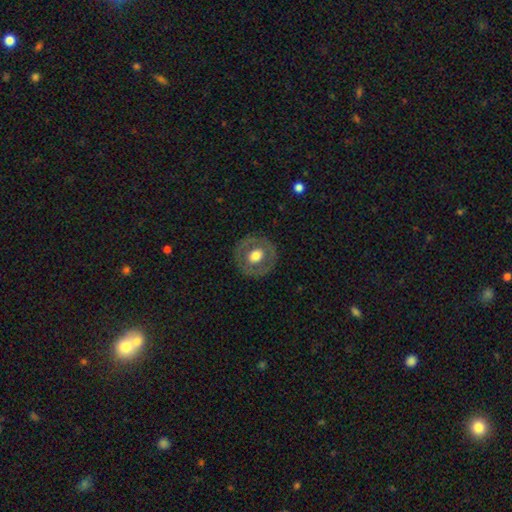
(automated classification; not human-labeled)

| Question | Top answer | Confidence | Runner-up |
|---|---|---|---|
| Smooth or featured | smooth | 49% | featured or disk (45%) |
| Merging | none | 84% | minor disturbance (11%) |